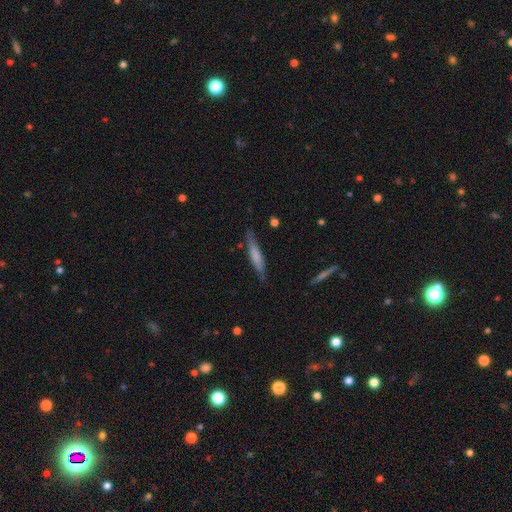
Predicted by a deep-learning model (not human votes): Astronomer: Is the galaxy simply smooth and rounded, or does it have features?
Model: smooth — 58% (runner-up: featured or disk, 36%).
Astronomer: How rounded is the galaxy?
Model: cigar-shaped — 90%.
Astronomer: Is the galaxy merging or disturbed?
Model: none — 80%.